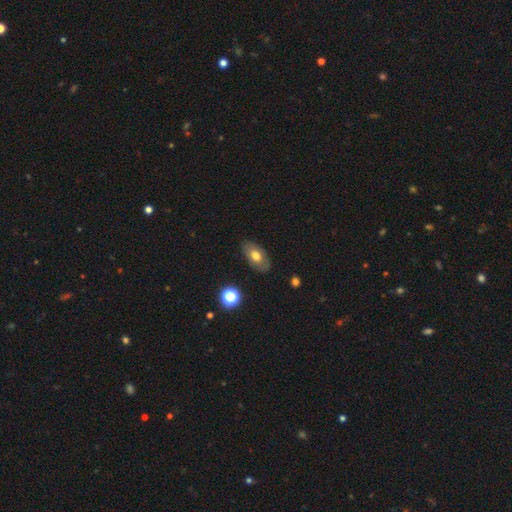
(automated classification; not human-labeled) smooth-or-featured: smooth: 64% | featured or disk: 28% | star or artifact: 8%
  how-rounded: in between: 90% | round: 8% | cigar-shaped: 2%
  merging: none: 82% | minor disturbance: 14% | major disturbance: 3% | merger: 1%